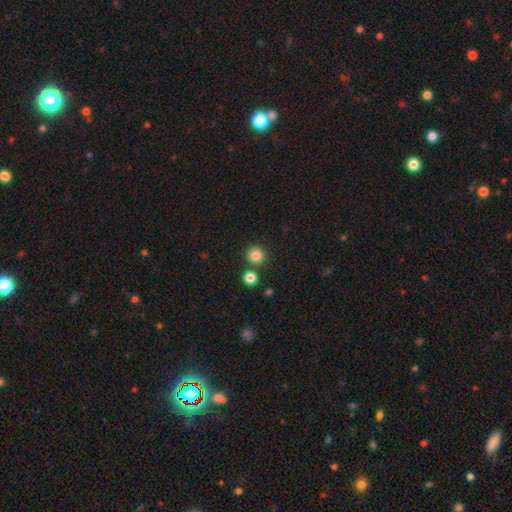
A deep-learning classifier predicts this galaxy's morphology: smooth-or-featured: smooth: 84% | star or artifact: 11% | featured or disk: 4%
  how-rounded: round: 93% | in between: 6% | cigar-shaped: 1%
  merging: none: 83% | merger: 8% | minor disturbance: 6% | major disturbance: 2%